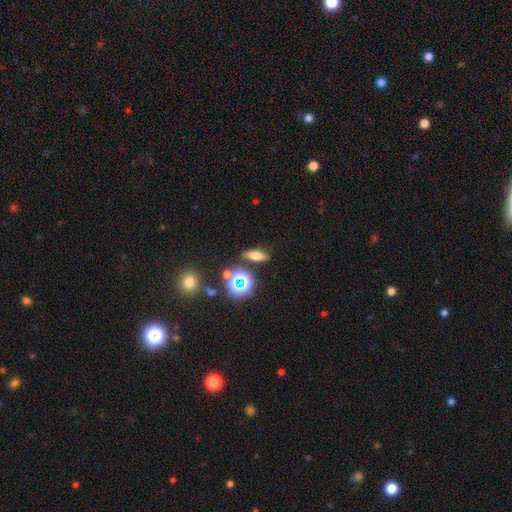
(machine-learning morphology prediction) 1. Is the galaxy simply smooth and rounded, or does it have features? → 61% smooth, 22% star or artifact, 17% featured or disk.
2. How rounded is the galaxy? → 53% in between, 34% cigar-shaped, 13% round.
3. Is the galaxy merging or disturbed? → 82% none, 10% minor disturbance, 5% merger, 3% major disturbance.